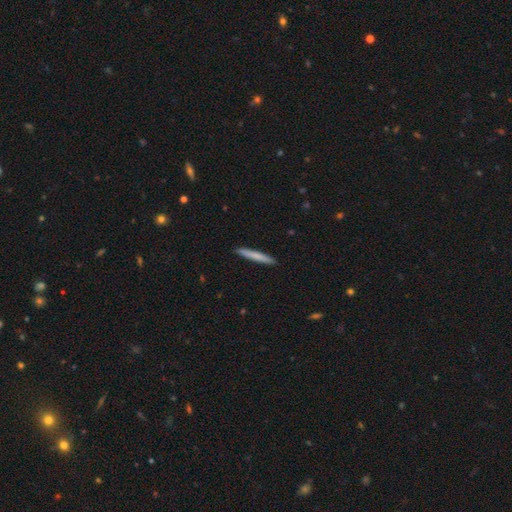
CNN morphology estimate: Smooth or featured?
  - smooth: 74% *
  - featured or disk: 21%
  - star or artifact: 5%
How rounded?
  - cigar-shaped: 96% *
  - in between: 2%
  - round: 1%
Merging?
  - none: 92% *
  - minor disturbance: 5%
  - major disturbance: 1%
  - merger: 1%